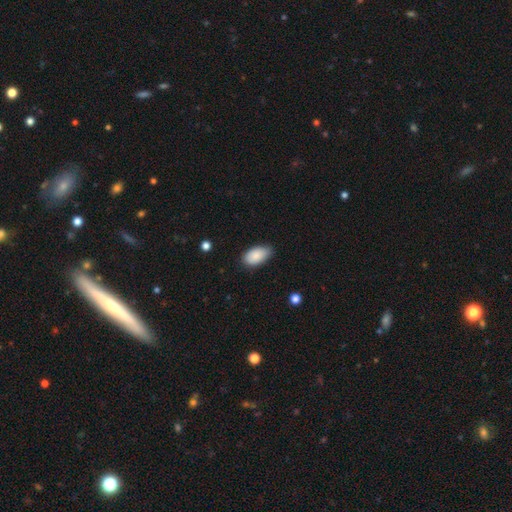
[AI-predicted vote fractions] A smooth galaxy with no disk features (87%) that is in between round and cigar-shaped (94%).

Vote fractions:
- Smooth or featured? smooth: 87% / star or artifact: 6% / featured or disk: 6%
- How rounded? in between: 94% / round: 4% / cigar-shaped: 2%
- Merging? none: 75% / minor disturbance: 21% / major disturbance: 3% / merger: 1%